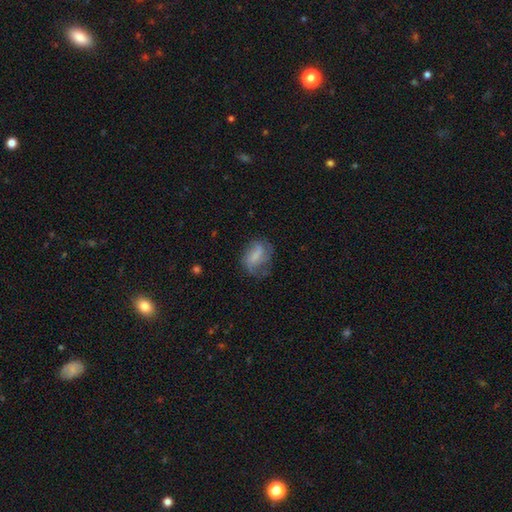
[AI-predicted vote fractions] Smooth or featured: smooth — 52% (featured or disk — 39%)
How rounded: in between — 69% (round — 28%)
Merging: none — 51% (minor disturbance — 27%)